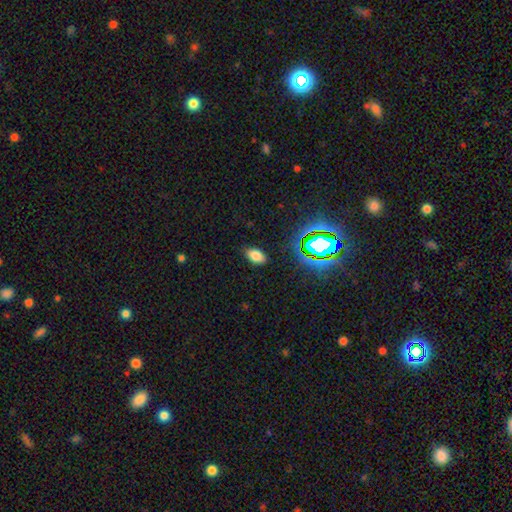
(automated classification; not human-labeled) Smooth or featured? Predicted: smooth (p=0.74). How rounded? Predicted: in between (p=0.91). Merging? Predicted: none (p=0.85).